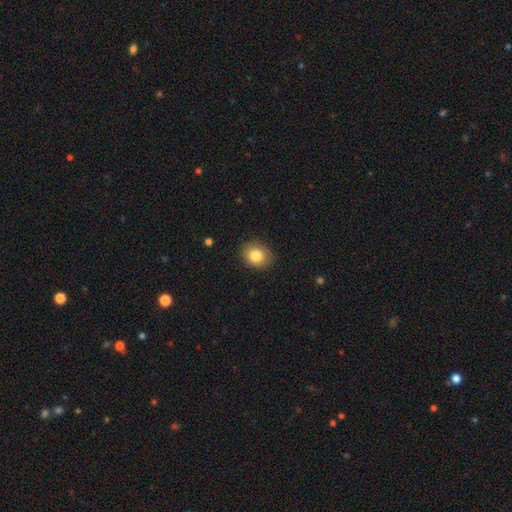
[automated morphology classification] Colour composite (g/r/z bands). It shows a smooth galaxy with no disk features (83%) that is round (66%). Merging: none (86%).